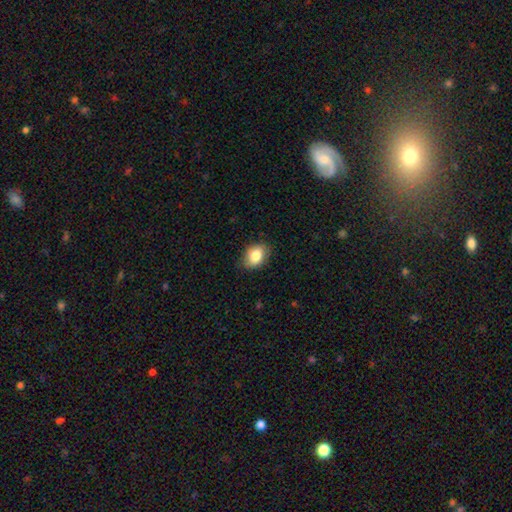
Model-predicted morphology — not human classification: Smooth or featured? Predicted: smooth (p=0.83). How rounded? Predicted: in between (p=0.76). Merging? Predicted: none (p=0.83).